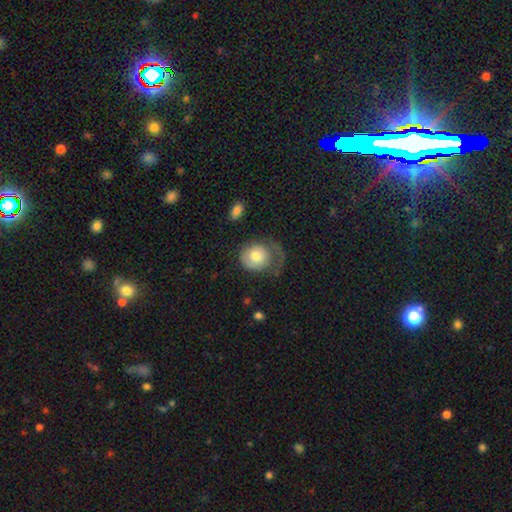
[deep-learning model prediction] The model was most divided on "merging": major disturbance: 39%, none: 35%, minor disturbance: 24%, merger: 3%. More confident: how rounded — round (75%); smooth or featured — smooth (61%).